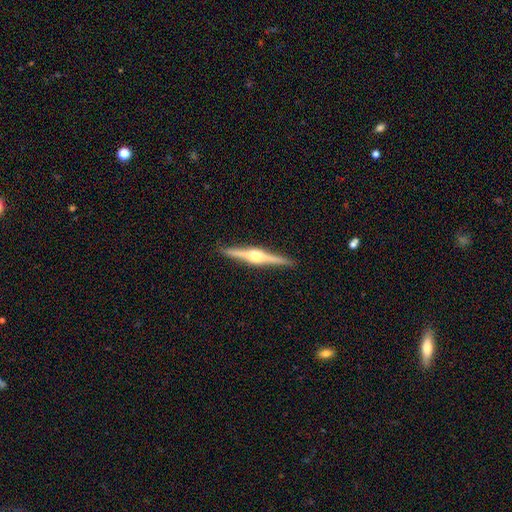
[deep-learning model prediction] This is clearly a featured or disk galaxy (85%). It is clearly viewed edge-on (99%). Edge-on bulge: clearly rounded (93%). Merging: clearly none (92%).